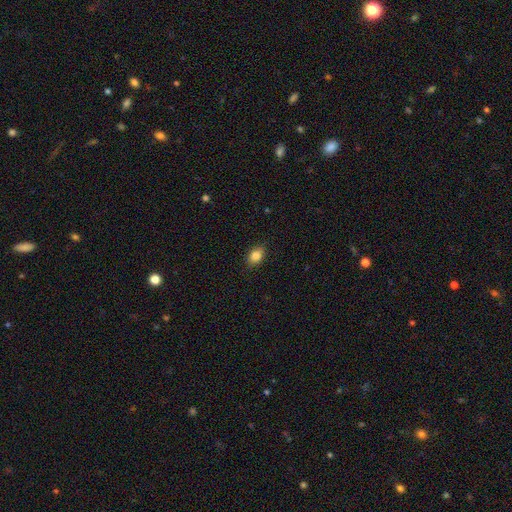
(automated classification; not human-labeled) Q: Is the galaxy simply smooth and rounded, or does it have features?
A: smooth — 85%.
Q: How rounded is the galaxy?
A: in between — 77%.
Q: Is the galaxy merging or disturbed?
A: none — 86%.